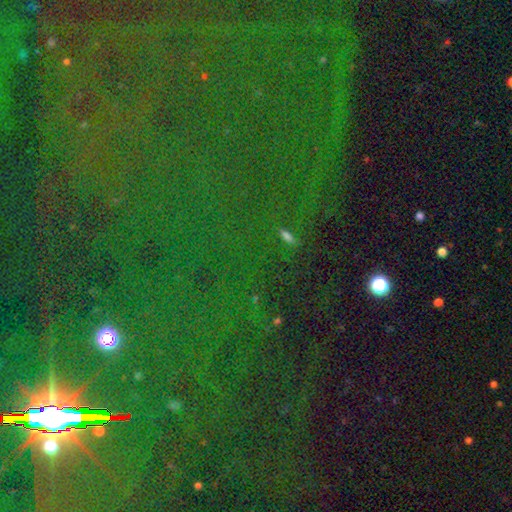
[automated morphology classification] A star or artifact, not a galaxy (82%).

Vote fractions:
- Smooth or featured? star or artifact: 82% / smooth: 11% / featured or disk: 8%